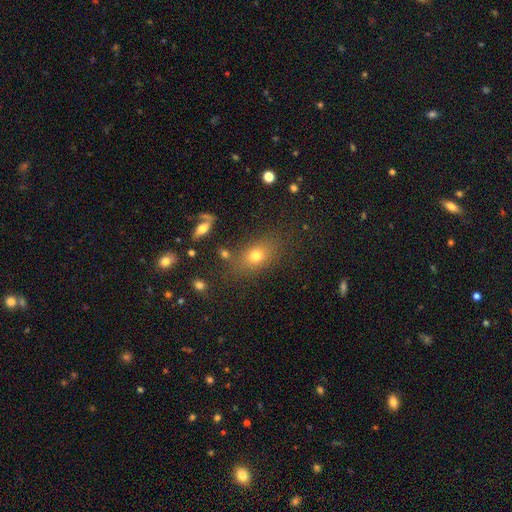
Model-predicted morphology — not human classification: This is likely a smooth galaxy (72%). How rounded: likely in between (69%). Merging: likely none (75%).